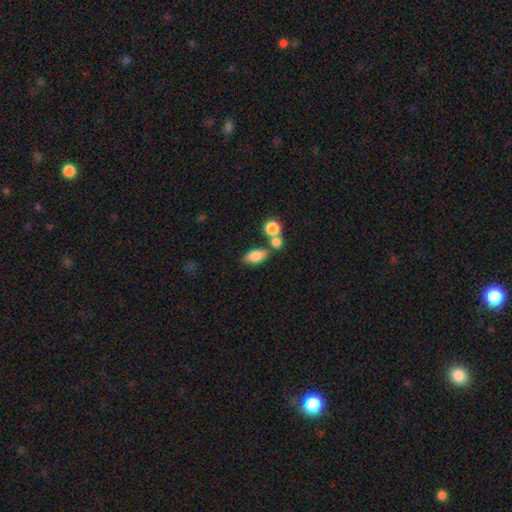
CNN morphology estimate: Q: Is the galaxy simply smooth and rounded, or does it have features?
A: smooth — 82%.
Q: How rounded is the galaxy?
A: in between — 83%.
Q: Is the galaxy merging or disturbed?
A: none — 60%.